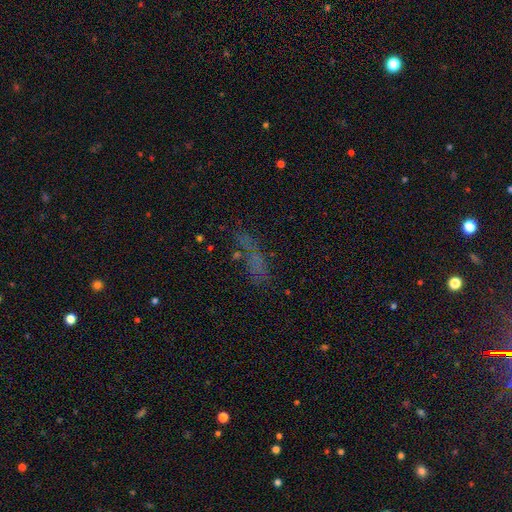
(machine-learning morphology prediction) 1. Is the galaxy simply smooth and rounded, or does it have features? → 47% smooth, 30% star or artifact, 23% featured or disk.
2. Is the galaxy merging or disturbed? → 55% none, 20% minor disturbance, 19% major disturbance, 7% merger.